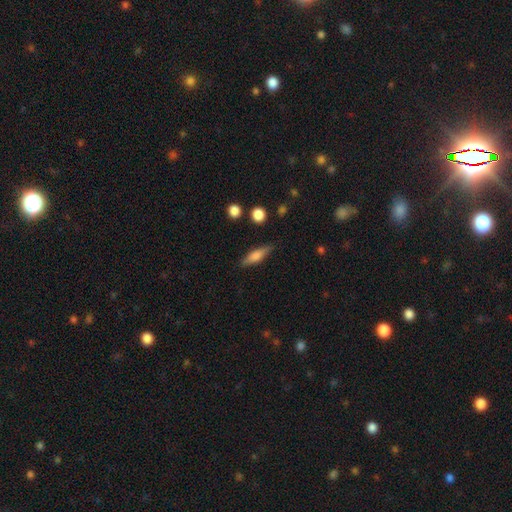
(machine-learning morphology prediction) A smooth galaxy with no disk features (63%) that is cigar-shaped (63%).

Vote fractions:
- Smooth or featured? smooth: 63% / featured or disk: 30% / star or artifact: 7%
- How rounded? cigar-shaped: 63% / in between: 34% / round: 3%
- Merging? none: 83% / minor disturbance: 12% / major disturbance: 3% / merger: 2%